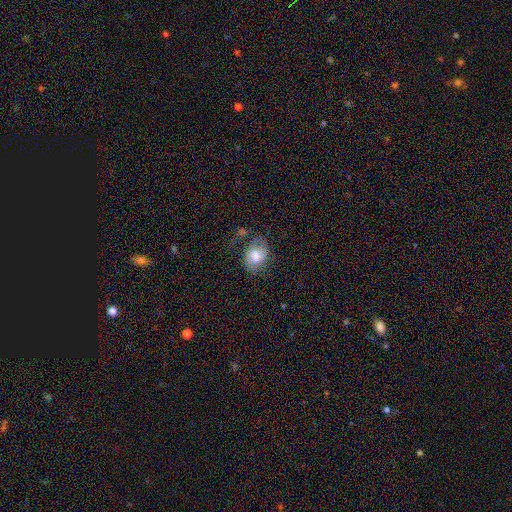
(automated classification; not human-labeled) smooth_or_featured: smooth (p=0.52) [alt: featured or disk p=0.39]
how_rounded: in between (p=0.61) [alt: round p=0.38]
merging: none (p=0.46) [alt: minor disturbance p=0.26]